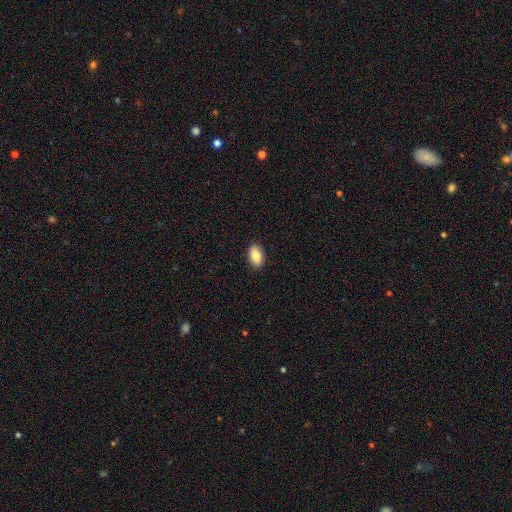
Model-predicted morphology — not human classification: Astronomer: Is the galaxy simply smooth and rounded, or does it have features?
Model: smooth — 81%.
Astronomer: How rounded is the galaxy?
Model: in between — 91%.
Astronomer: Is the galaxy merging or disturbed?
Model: none — 89%.